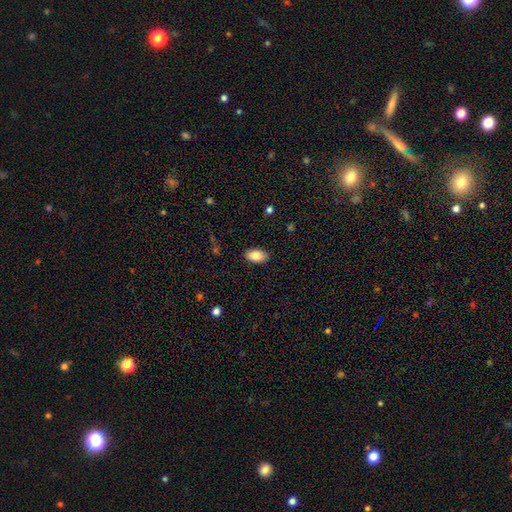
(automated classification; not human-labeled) smooth-or-featured: smooth: 86% | star or artifact: 7% | featured or disk: 7%
  how-rounded: in between: 94% | round: 4% | cigar-shaped: 2%
  merging: none: 86% | minor disturbance: 11% | major disturbance: 2% | merger: 1%